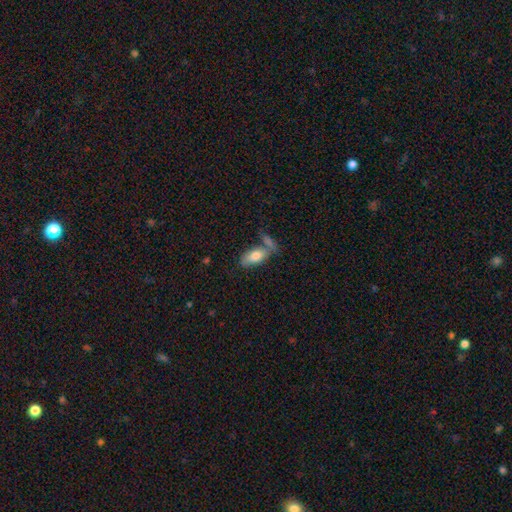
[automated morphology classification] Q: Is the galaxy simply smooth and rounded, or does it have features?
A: smooth — 76%.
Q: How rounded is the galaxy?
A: in between — 87%.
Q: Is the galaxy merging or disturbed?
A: none — 48%.